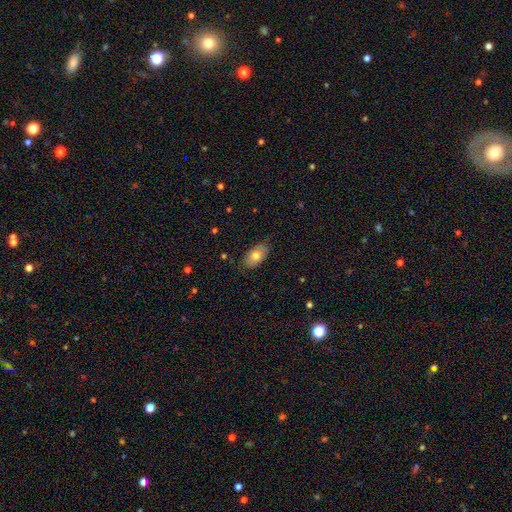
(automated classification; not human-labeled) The model was most divided on "smooth or featured": smooth: 74%, featured or disk: 19%, star or artifact: 7%. More confident: how rounded — in between (93%); merging — none (82%).